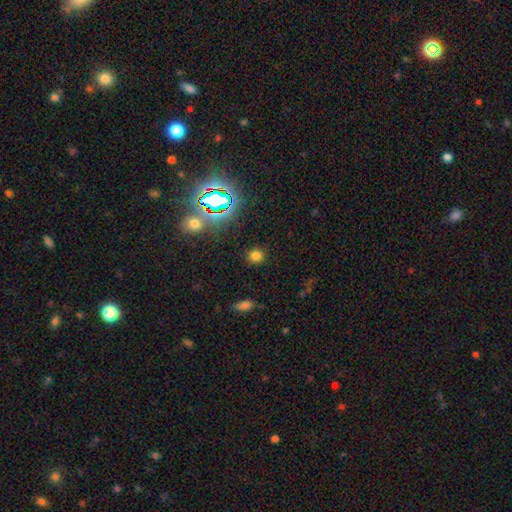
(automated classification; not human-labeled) This appears to be a smooth galaxy with no disk features (70%) that is round (84%). Merging: none (88%).